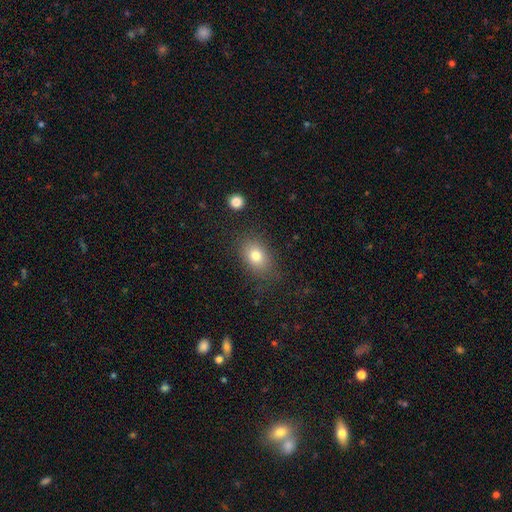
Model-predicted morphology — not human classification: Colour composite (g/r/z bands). It shows a smooth galaxy with no disk features (79%) that is in between round and cigar-shaped (73%). Merging: none (79%).